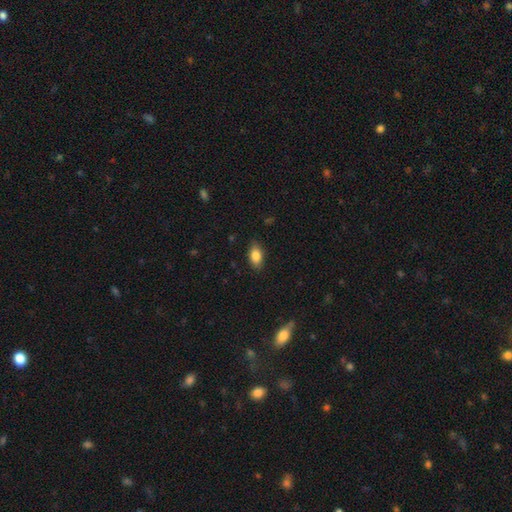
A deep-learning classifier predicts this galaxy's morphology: The model was most divided on "merging": none: 85%, minor disturbance: 11%, major disturbance: 2%, merger: 1%. More confident: how rounded — in between (89%); smooth or featured — smooth (83%).